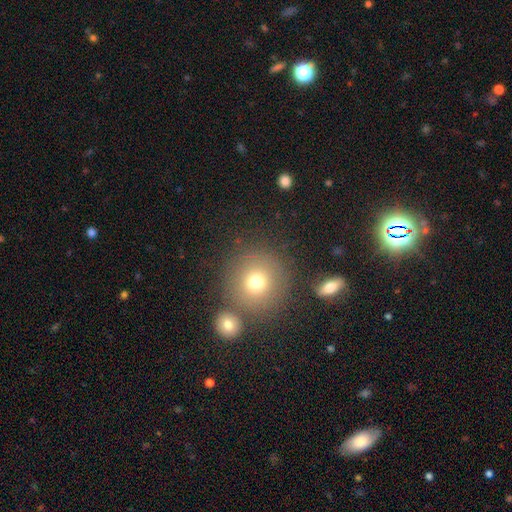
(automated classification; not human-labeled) Smooth or featured? smooth (55%)
How rounded? round (92%)
Merging? none (79%)